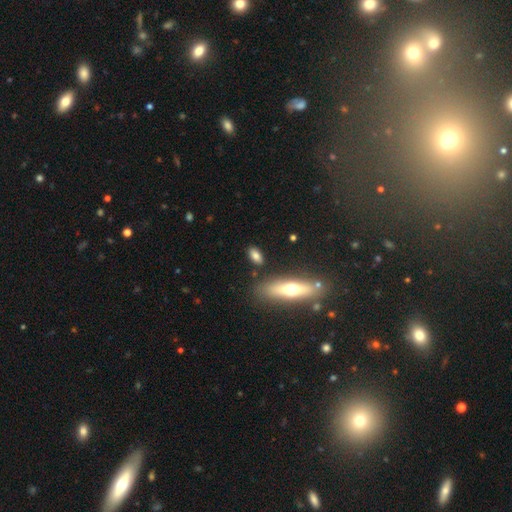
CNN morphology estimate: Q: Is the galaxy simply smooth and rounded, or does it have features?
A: smooth — 75%.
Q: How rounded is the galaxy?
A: in between — 73%.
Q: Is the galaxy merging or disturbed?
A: none — 81%.